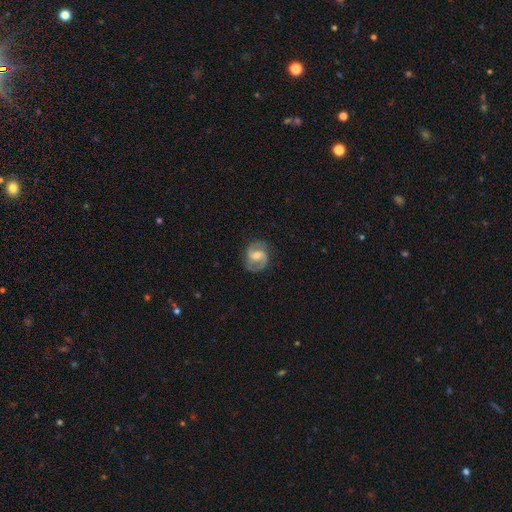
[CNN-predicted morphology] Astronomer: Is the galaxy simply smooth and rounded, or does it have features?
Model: featured or disk — 85%.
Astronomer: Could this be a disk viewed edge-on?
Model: no — 98%.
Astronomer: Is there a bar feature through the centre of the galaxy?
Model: weak — 53% (runner-up: no, 29%).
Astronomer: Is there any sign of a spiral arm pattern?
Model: yes — 96%.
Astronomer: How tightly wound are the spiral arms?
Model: medium — 56%.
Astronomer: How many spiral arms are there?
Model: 2 — 91%.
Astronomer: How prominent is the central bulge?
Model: moderate — 59%.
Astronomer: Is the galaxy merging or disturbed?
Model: none — 82%.